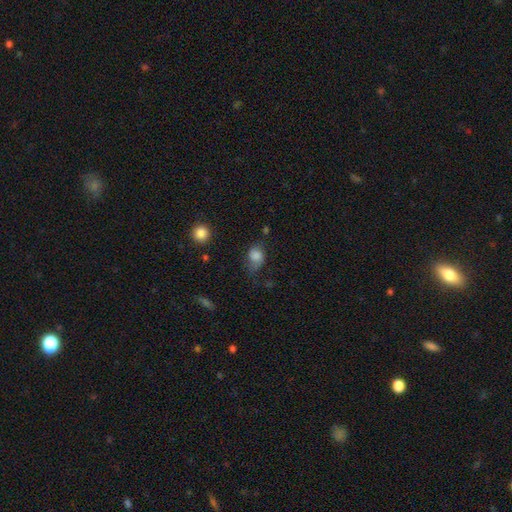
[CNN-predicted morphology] A smooth galaxy with no disk features (79%) that is in between round and cigar-shaped (55%).

Vote fractions:
- Smooth or featured? smooth: 79% / featured or disk: 11% / star or artifact: 10%
- How rounded? in between: 55% / round: 44% / cigar-shaped: 1%
- Merging? none: 45% / minor disturbance: 34% / major disturbance: 18% / merger: 3%